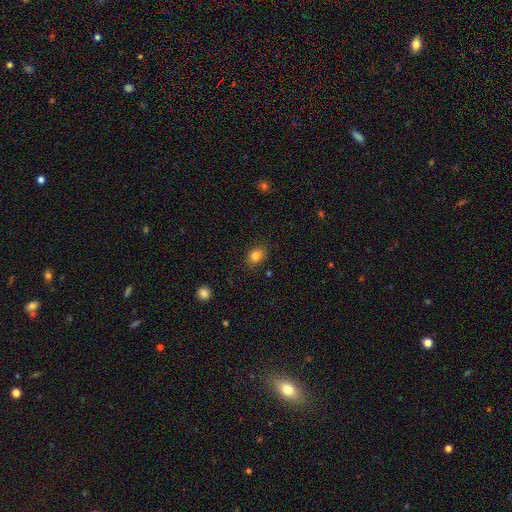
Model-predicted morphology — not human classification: Smooth or featured?
  - smooth: 83% *
  - star or artifact: 11%
  - featured or disk: 6%
How rounded?
  - in between: 62% *
  - round: 37%
  - cigar-shaped: 1%
Merging?
  - none: 85% *
  - minor disturbance: 11%
  - major disturbance: 3%
  - merger: 1%